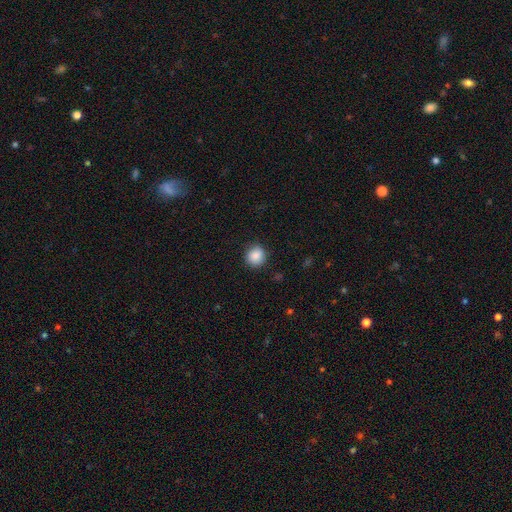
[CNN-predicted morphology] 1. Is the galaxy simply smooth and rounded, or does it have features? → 88% smooth, 8% star or artifact, 4% featured or disk.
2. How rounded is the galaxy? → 86% round, 13% in between, 1% cigar-shaped.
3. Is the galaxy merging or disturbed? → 86% none, 10% minor disturbance, 3% major disturbance, 1% merger.